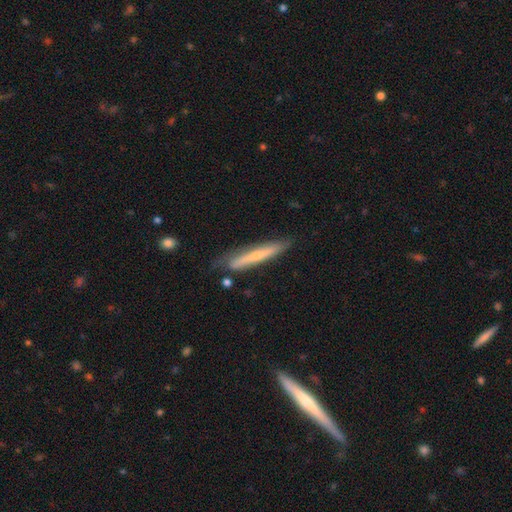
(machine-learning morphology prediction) Overall: featured or disk (50%; smooth 44%). Edge-on disk: yes (87%). Merging: none (72%).